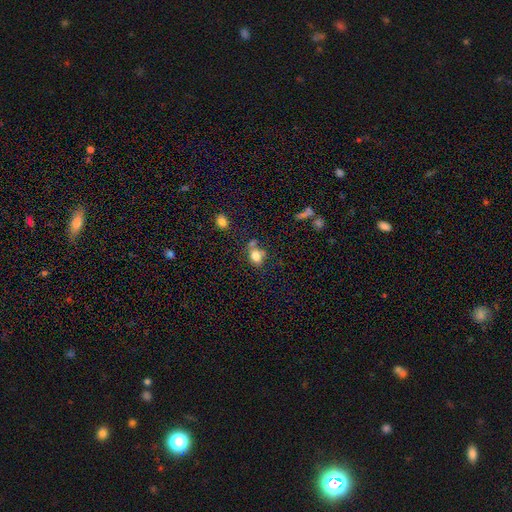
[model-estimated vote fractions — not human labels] A smooth galaxy with no disk features (78%) that is in between round and cigar-shaped (57%). Merging: none (54%).